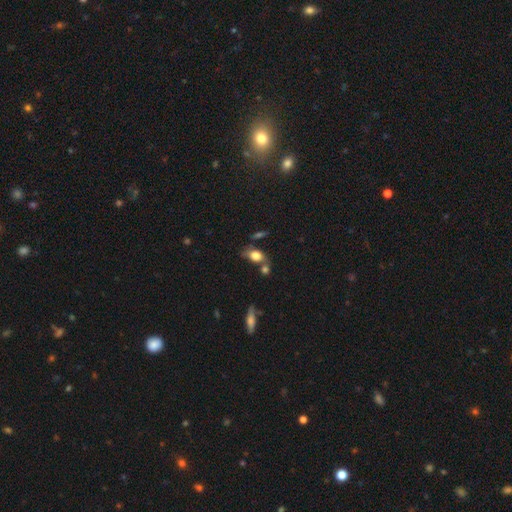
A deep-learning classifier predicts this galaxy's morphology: Smooth or featured: smooth — 75% (featured or disk — 16%)
How rounded: in between — 80% (round — 15%)
Merging: none — 52% (merger — 22%)